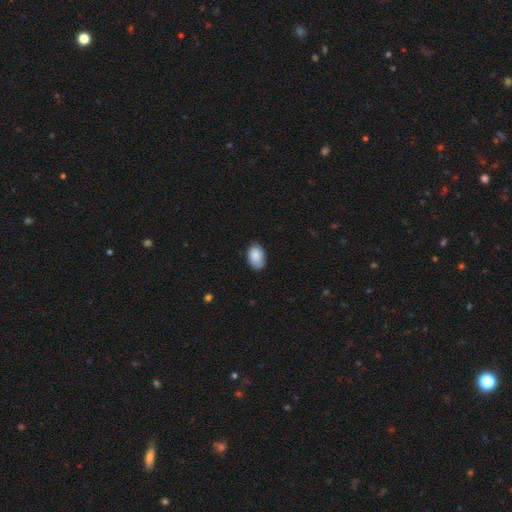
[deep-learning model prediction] Overall: smooth (85%). How rounded: in between (89%). Merging: none (77%).